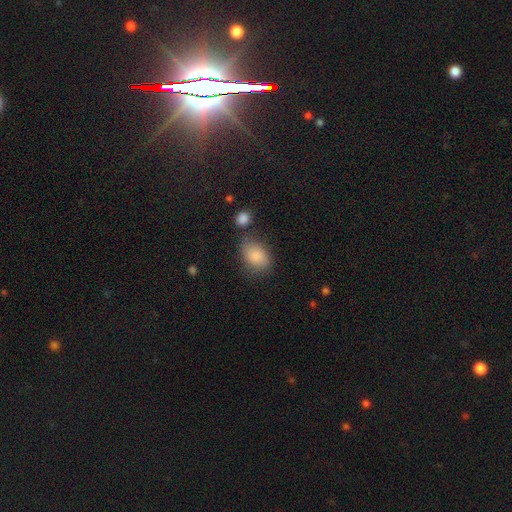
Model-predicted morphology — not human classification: This appears to be a smooth galaxy with no disk features (85%) that is in between round and cigar-shaped (82%). Merging: none (65%).